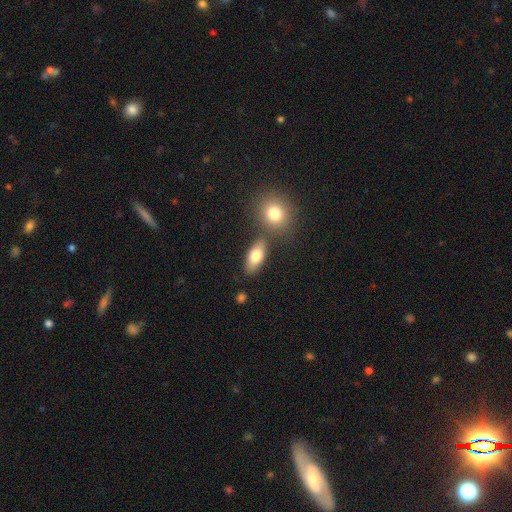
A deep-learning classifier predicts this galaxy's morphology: Overall: smooth (77%). How rounded: in between (82%). Merging: none (72%).